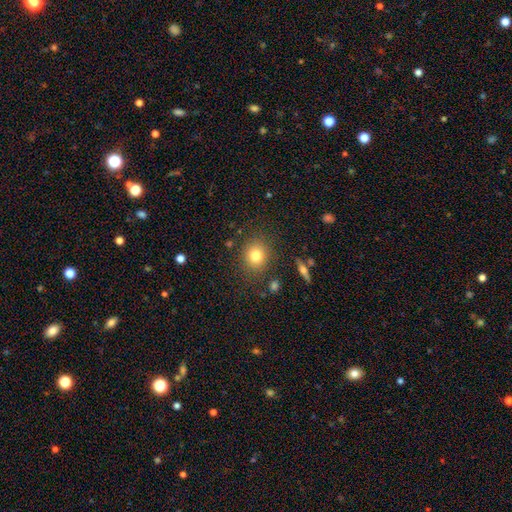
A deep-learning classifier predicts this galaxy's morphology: smooth_or_featured: smooth (p=0.80) [alt: star or artifact p=0.11]
how_rounded: round (p=0.73) [alt: in between p=0.26]
merging: none (p=0.84) [alt: minor disturbance p=0.10]